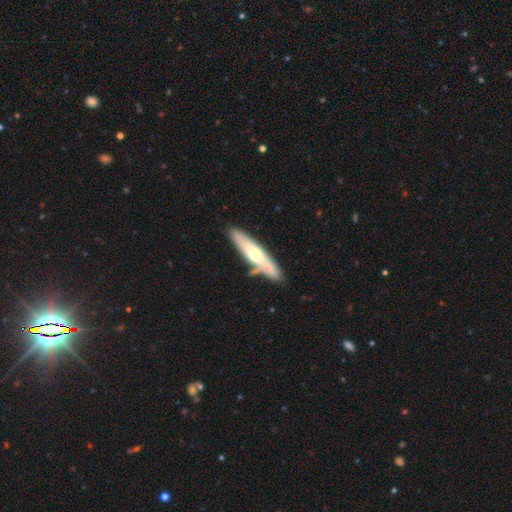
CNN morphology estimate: smooth_or_featured: smooth (p=0.49) [alt: featured or disk p=0.46]
merging: none (p=0.65) [alt: minor disturbance p=0.16]